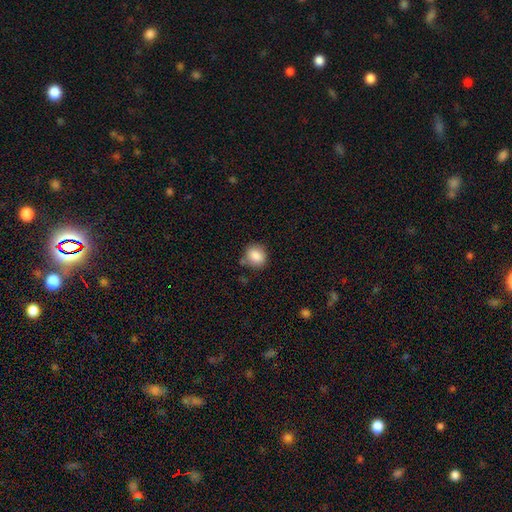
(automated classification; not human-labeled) This is clearly a smooth galaxy (86%). How rounded: likely round (67%). Merging: likely none (75%).